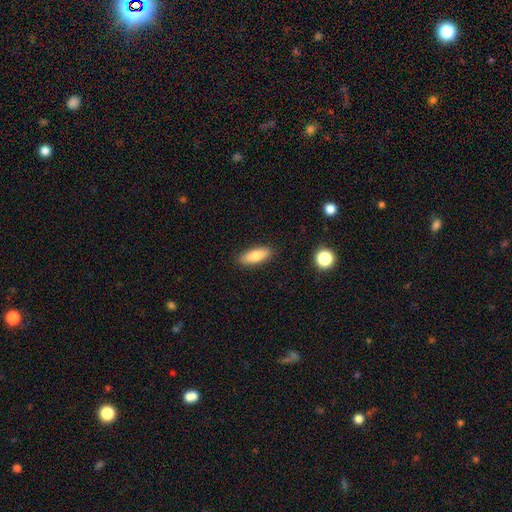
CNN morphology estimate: This is clearly a smooth galaxy (83%). How rounded: likely in between (65%). Merging: clearly none (88%).